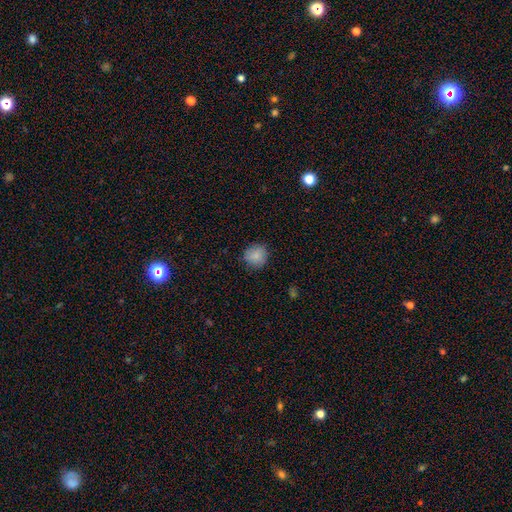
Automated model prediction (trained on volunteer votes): This appears to be a smooth galaxy with no disk features (85%) that is round (90%). Merging: none (85%).